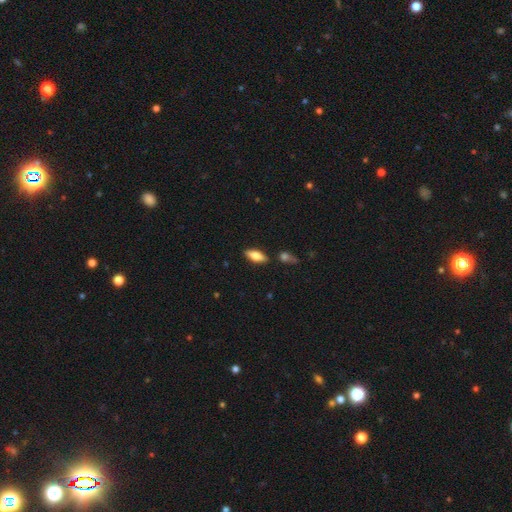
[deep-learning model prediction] Smooth or featured? Predicted: smooth (p=0.67). How rounded? Predicted: in between (p=0.70). Merging? Predicted: none (p=0.83).